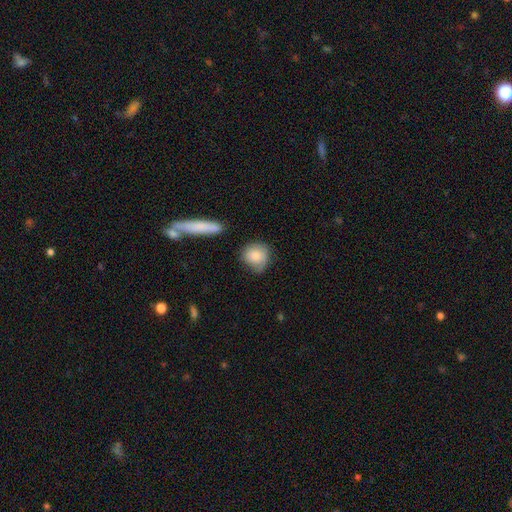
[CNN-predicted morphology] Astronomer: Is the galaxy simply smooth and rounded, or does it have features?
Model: smooth — 83%.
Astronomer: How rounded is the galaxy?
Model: round — 80%.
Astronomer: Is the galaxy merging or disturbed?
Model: none — 61%.